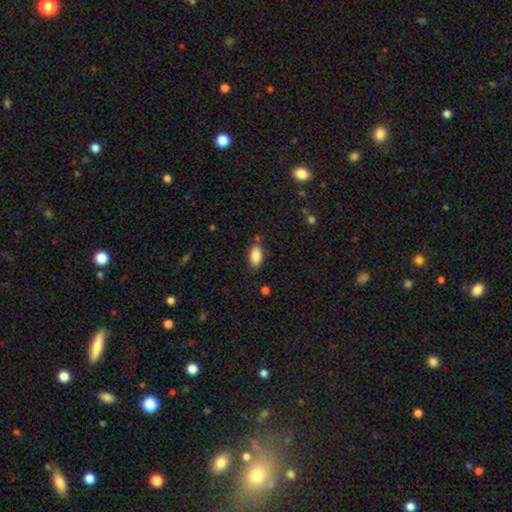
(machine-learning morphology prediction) type=smooth (87%); roundness=in between (93%); merging=none (81%).